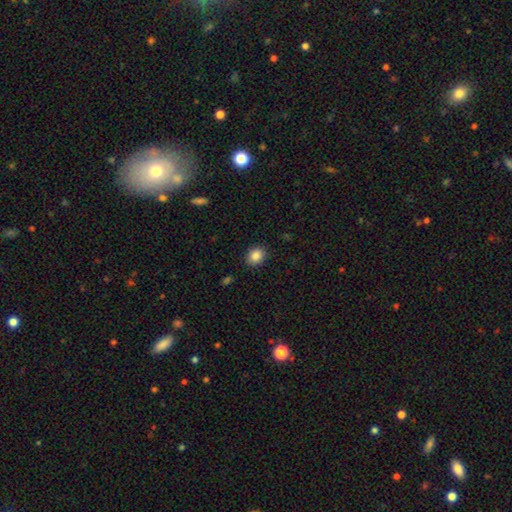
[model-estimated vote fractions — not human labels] smooth_or_featured: smooth (p=0.87) [alt: star or artifact p=0.09]
how_rounded: round (p=0.53) [alt: in between p=0.46]
merging: none (p=0.89) [alt: minor disturbance p=0.08]